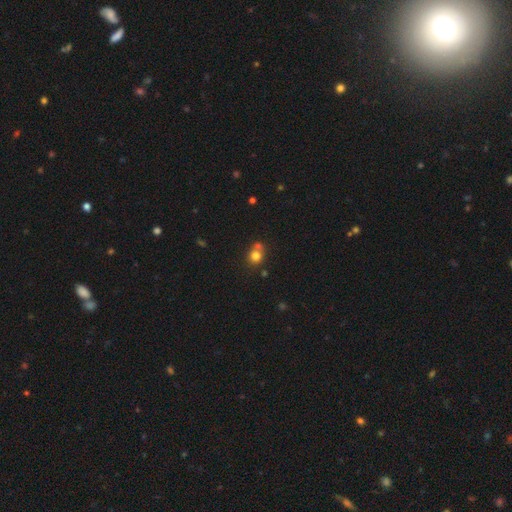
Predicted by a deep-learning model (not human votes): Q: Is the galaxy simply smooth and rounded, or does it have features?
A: smooth — 77%.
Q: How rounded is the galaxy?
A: round — 81%.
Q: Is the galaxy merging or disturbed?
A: none — 53%.